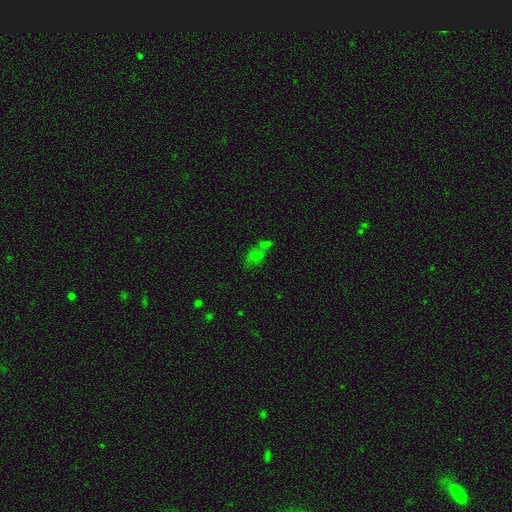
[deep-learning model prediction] Smooth or featured? Predicted: smooth (p=0.53). How rounded? Predicted: in between (p=0.73). Merging? Predicted: merger (p=0.41).